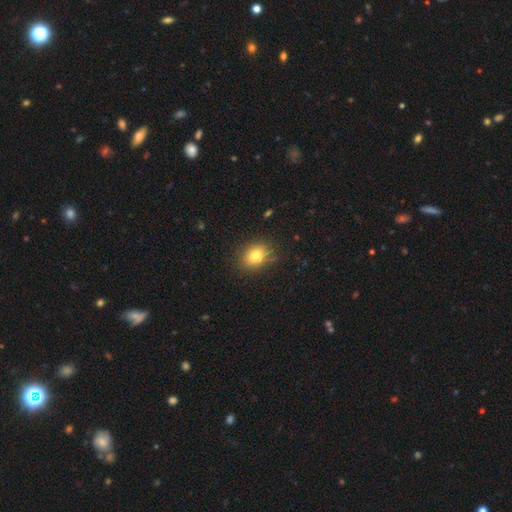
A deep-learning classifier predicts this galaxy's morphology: This is clearly a smooth galaxy (81%). How rounded: possibly in between (57%). Merging: clearly none (81%).